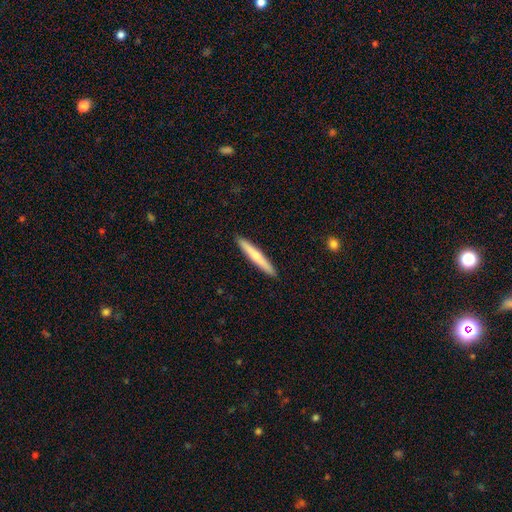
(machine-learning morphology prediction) Smooth or featured? Predicted: smooth (p=0.58). How rounded? Predicted: cigar-shaped (p=0.95). Merging? Predicted: none (p=0.92).